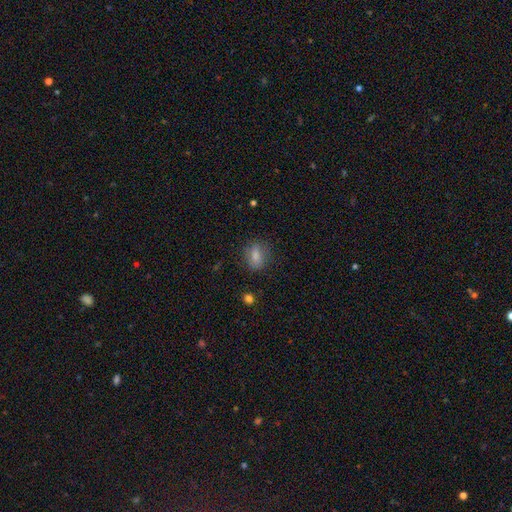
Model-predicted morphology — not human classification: smooth_or_featured: smooth (p=0.78) [alt: featured or disk p=0.13]
how_rounded: in between (p=0.68) [alt: round p=0.26]
merging: none (p=0.78) [alt: minor disturbance p=0.15]